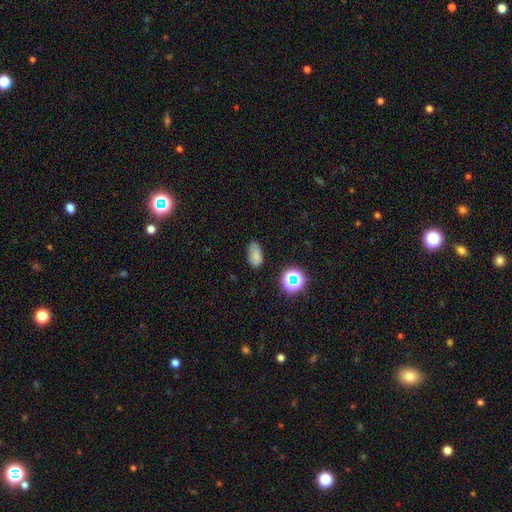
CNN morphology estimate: The model was most divided on "merging": none: 70%, minor disturbance: 22%, major disturbance: 5%, merger: 2%. More confident: how rounded — in between (90%); smooth or featured — smooth (75%).